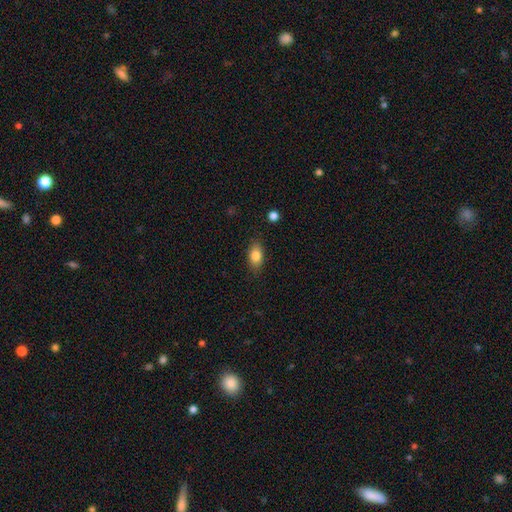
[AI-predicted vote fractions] Smooth or featured: smooth — 83% (featured or disk — 9%)
How rounded: in between — 85% (round — 10%)
Merging: none — 84% (minor disturbance — 12%)